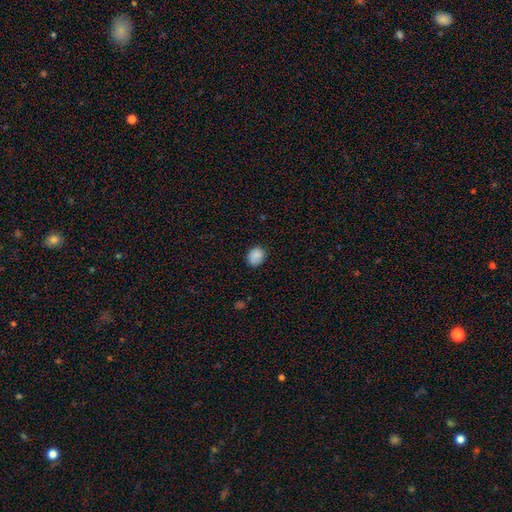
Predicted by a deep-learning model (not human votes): A smooth galaxy with no disk features (86%) that is in between round and cigar-shaped (50%, tied with round).

Vote fractions:
- Smooth or featured? smooth: 86% / star or artifact: 9% / featured or disk: 5%
- How rounded? in between: 50% (tied) / round: 50% (tied) / cigar-shaped: 1%
- Merging? none: 79% / minor disturbance: 17% / major disturbance: 3% / merger: 1%